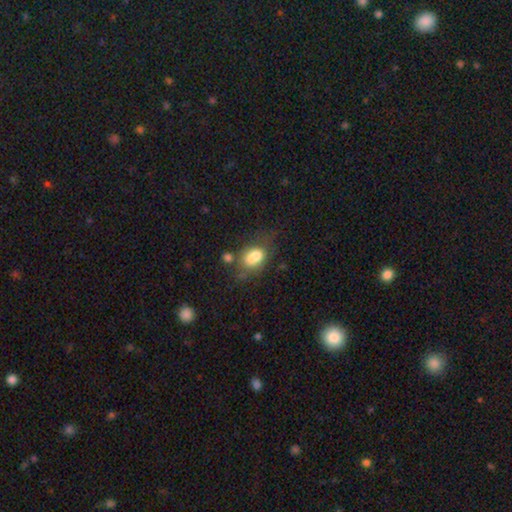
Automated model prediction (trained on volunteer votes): The model was most divided on "merging": none: 46%, minor disturbance: 25%, merger: 15%, major disturbance: 14%. More confident: how rounded — in between (81%); smooth or featured — smooth (79%).